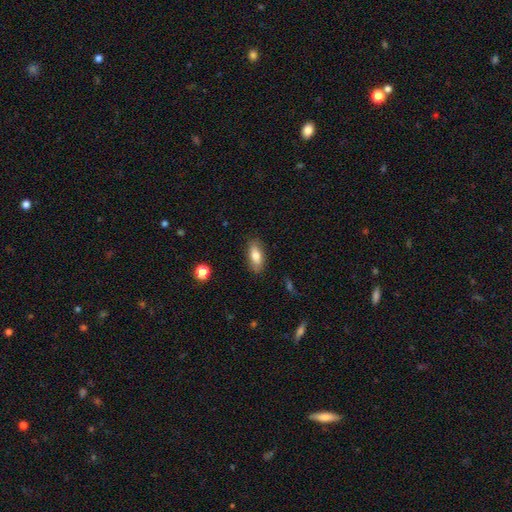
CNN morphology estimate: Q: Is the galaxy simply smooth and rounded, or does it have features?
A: smooth — 79%.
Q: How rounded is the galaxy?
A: in between — 76%.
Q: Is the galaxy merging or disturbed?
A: none — 85%.